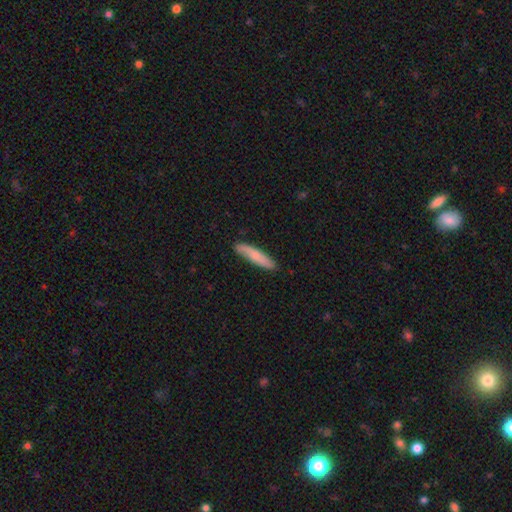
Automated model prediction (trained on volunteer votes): smooth 70%, featured or disk 25%, star or artifact 5%. Down the decision tree: how rounded — cigar-shaped (84%); merging — none (84%).